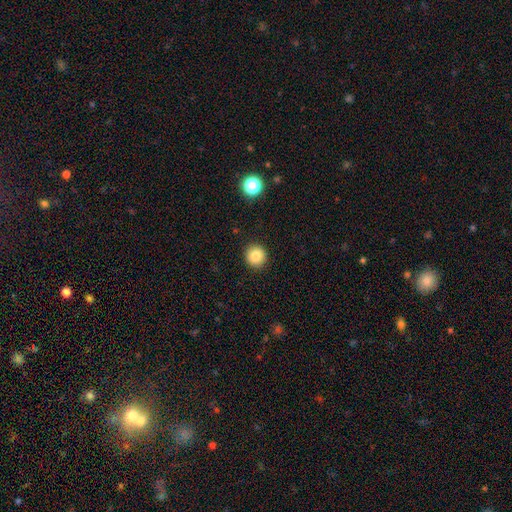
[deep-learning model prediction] Smooth or featured: smooth — 84% (star or artifact — 10%)
How rounded: round — 94% (in between — 5%)
Merging: none — 92% (minor disturbance — 5%)